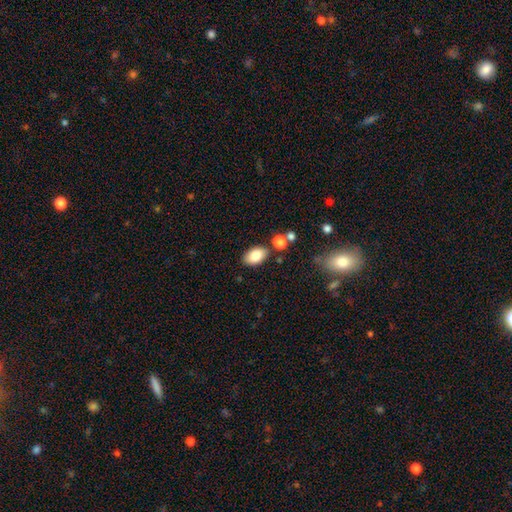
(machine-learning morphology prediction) Smooth or featured? Predicted: smooth (p=0.84). How rounded? Predicted: in between (p=0.91). Merging? Predicted: none (p=0.80).